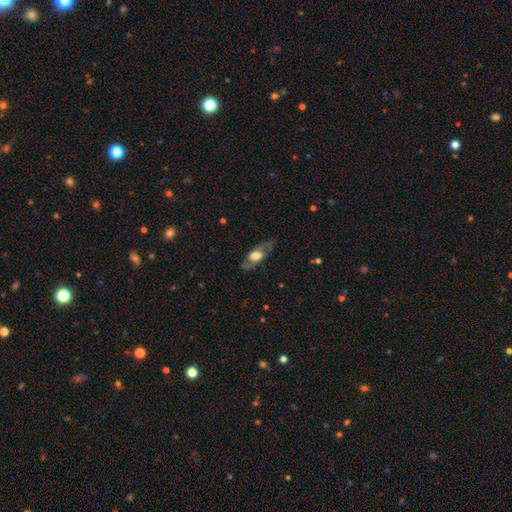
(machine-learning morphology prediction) Smooth or featured? featured or disk (56%)
Edge-on disk? no (69%)
Merging? none (72%)